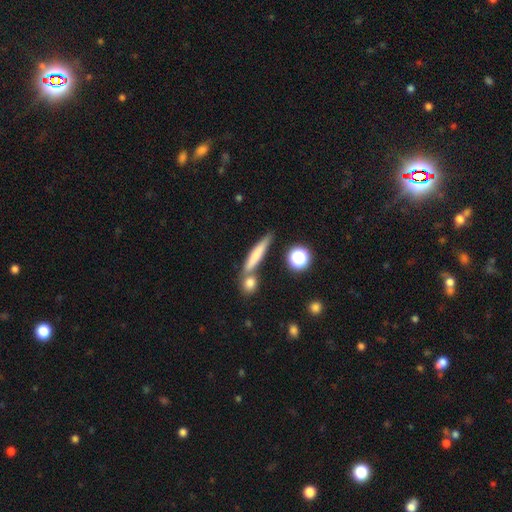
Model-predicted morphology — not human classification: Smooth or featured?
  - smooth: 67% *
  - featured or disk: 24%
  - star or artifact: 9%
How rounded?
  - cigar-shaped: 84% *
  - in between: 10%
  - round: 6%
Merging?
  - none: 67% *
  - merger: 17%
  - minor disturbance: 12%
  - major disturbance: 4%